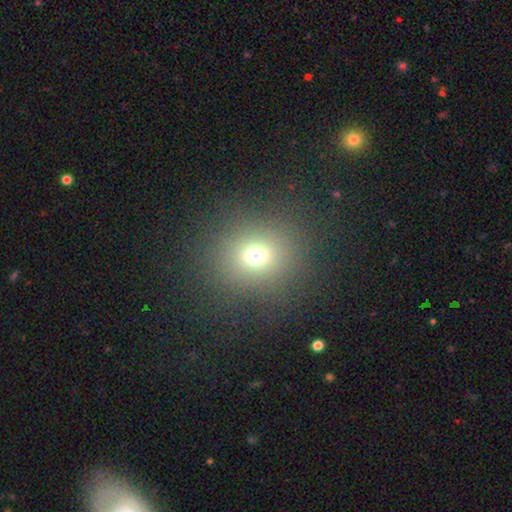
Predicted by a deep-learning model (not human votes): Smooth or featured? Predicted: smooth (p=0.70). How rounded? Predicted: round (p=0.78). Merging? Predicted: none (p=0.85).